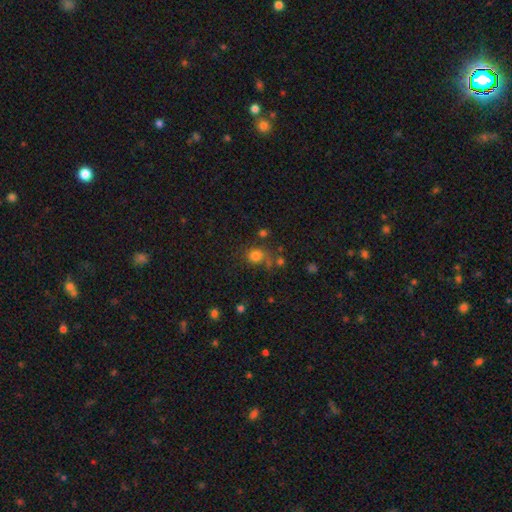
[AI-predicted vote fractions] smooth 78%, star or artifact 14%, featured or disk 7%. Down the decision tree: how rounded — round (74%); merging — none (63%).